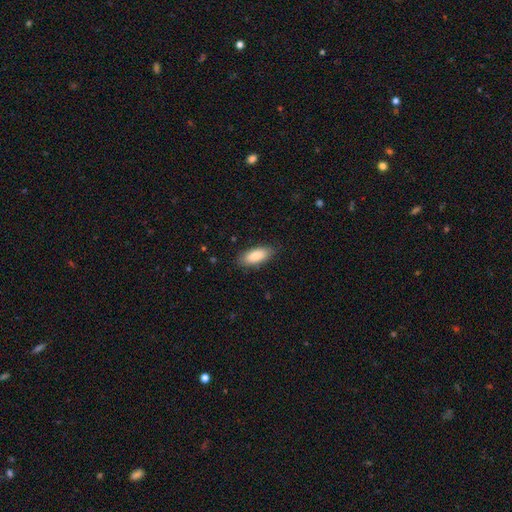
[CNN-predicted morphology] A smooth galaxy with no disk features (87%) that is in between round and cigar-shaped (84%). Merging: none (84%).